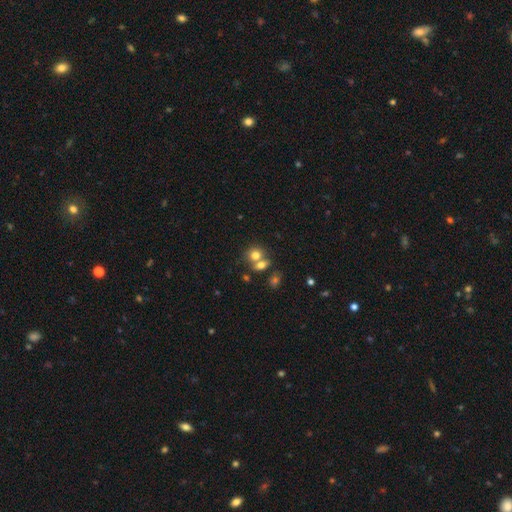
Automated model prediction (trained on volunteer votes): smooth-or-featured: smooth: 76% | featured or disk: 13% | star or artifact: 12%
  how-rounded: round: 67% | in between: 32% | cigar-shaped: 1%
  merging: merger: 50% | none: 38% | minor disturbance: 8% | major disturbance: 4%